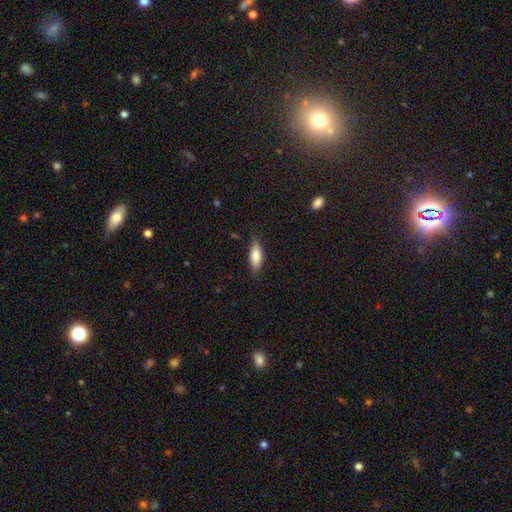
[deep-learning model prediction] Q: Smooth or featured?
A: smooth (77%); runner-up: featured or disk (17%)
Q: How rounded?
A: in between (59%); runner-up: cigar-shaped (38%)
Q: Merging?
A: none (85%); runner-up: minor disturbance (11%)